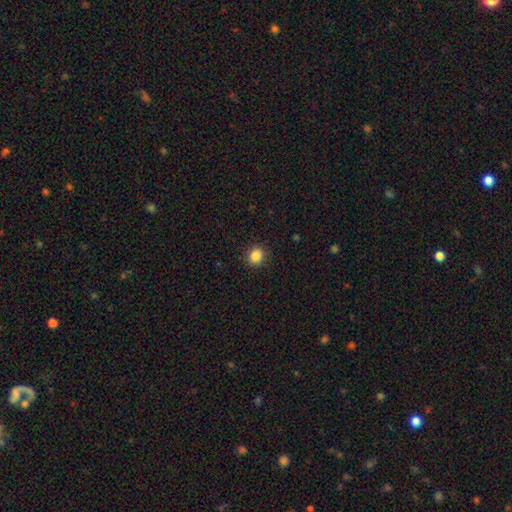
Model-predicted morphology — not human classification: Q: Smooth or featured?
A: smooth (87%); runner-up: star or artifact (10%)
Q: How rounded?
A: round (76%); runner-up: in between (23%)
Q: Merging?
A: none (90%); runner-up: minor disturbance (7%)